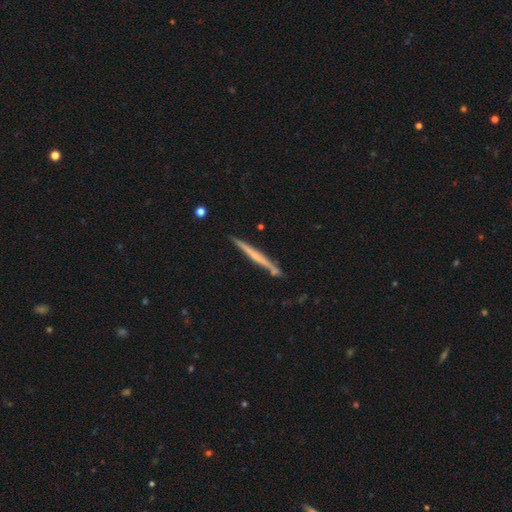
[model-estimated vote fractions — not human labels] Smooth or featured?
  - featured or disk: 60% *
  - smooth: 35%
  - star or artifact: 5%
Edge-on disk?
  - yes: 98% *
  - no: 2%
Edge-on bulge?
  - none: 66% *
  - rounded: 26%
  - boxy: 8%
Merging?
  - none: 85% *
  - minor disturbance: 9%
  - merger: 4%
  - major disturbance: 2%